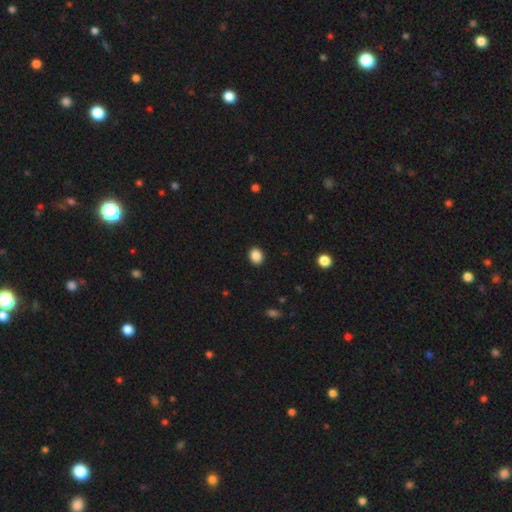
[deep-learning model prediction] smooth 88%, star or artifact 9%, featured or disk 3%. Down the decision tree: how rounded — in between (52%); merging — none (91%).